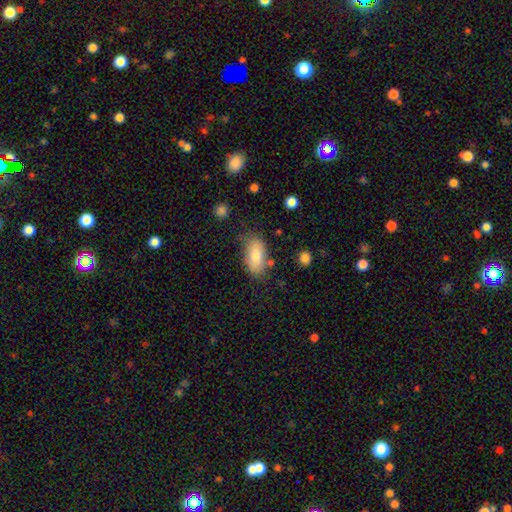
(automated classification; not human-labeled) smooth_or_featured: smooth (p=0.80) [alt: featured or disk p=0.13]
how_rounded: in between (p=0.92) [alt: cigar-shaped p=0.05]
merging: none (p=0.71) [alt: minor disturbance p=0.20]